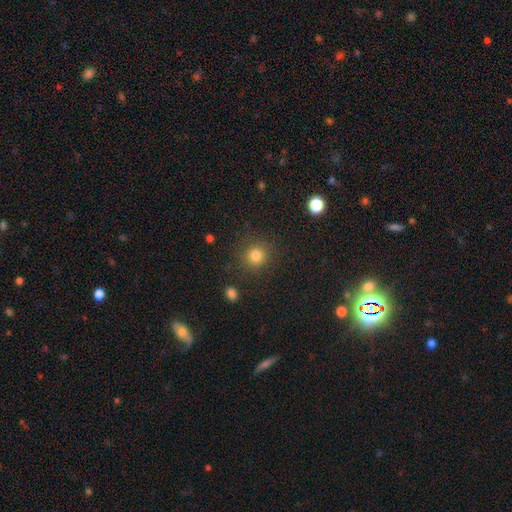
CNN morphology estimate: Smooth or featured: smooth — 81% (star or artifact — 14%)
How rounded: round — 92% (in between — 8%)
Merging: none — 87% (minor disturbance — 8%)